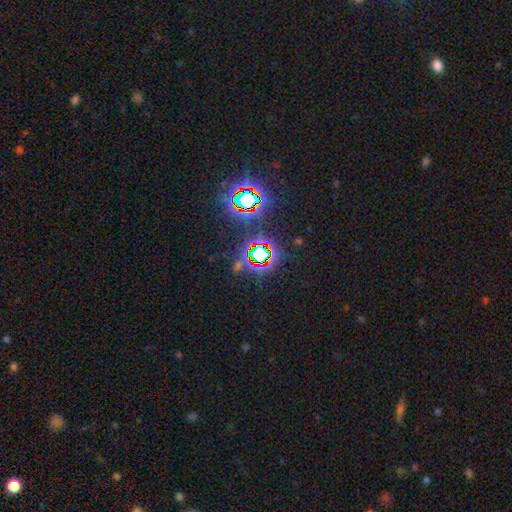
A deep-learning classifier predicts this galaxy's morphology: Q: Smooth or featured?
A: star or artifact (74%); runner-up: smooth (16%)